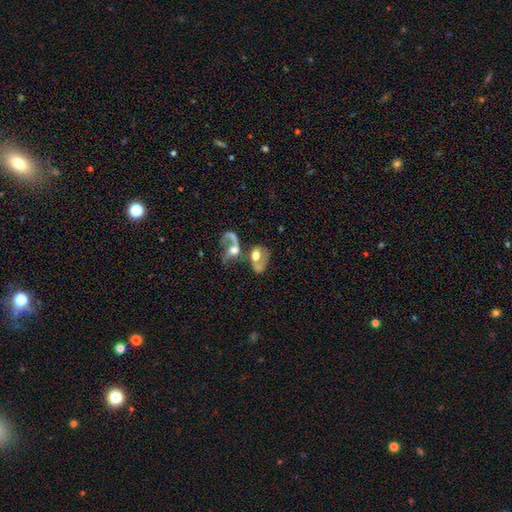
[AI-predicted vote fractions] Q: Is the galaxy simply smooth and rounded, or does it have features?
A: featured or disk — 50%.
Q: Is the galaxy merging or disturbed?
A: merger — 64%.